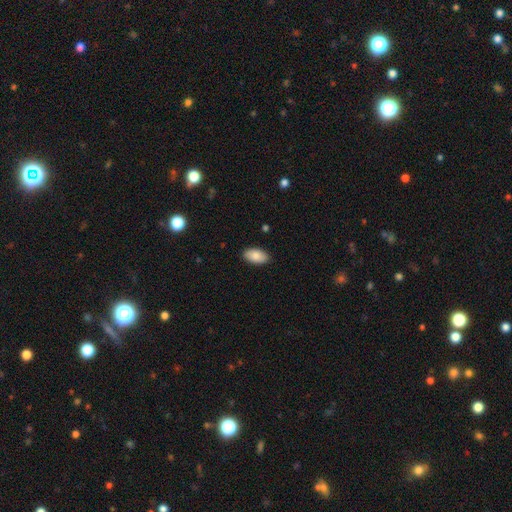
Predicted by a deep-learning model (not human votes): Morphology: type=smooth (86%); roundness=in between (95%); merging=none (88%).